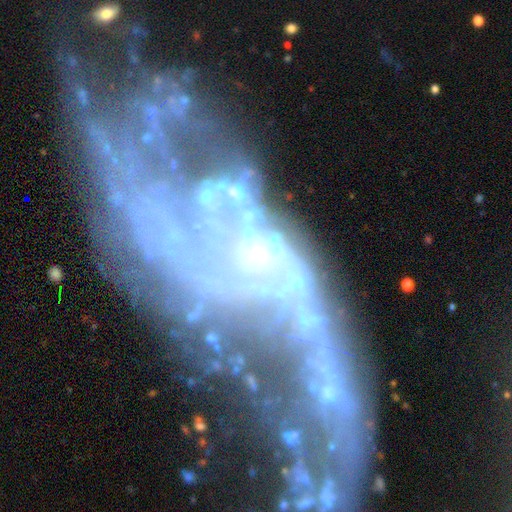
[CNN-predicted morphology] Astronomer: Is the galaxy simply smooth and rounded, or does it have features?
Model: featured or disk — 71%.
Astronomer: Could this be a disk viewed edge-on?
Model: no — 94%.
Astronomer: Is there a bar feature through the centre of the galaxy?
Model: no — 72%.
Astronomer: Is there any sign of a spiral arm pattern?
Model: yes — 56% (runner-up: no, 44%).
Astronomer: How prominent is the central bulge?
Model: small — 43% (runner-up: none, 35%).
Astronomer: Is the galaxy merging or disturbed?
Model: major disturbance — 41% (runner-up: none, 28%).